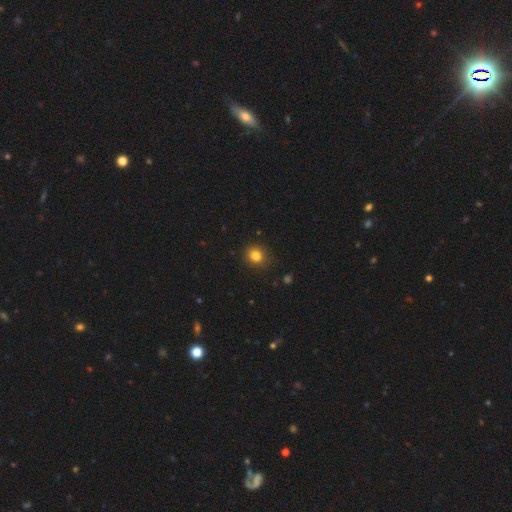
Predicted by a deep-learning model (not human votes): This is clearly a smooth galaxy (83%). How rounded: likely round (76%). Merging: clearly none (86%).